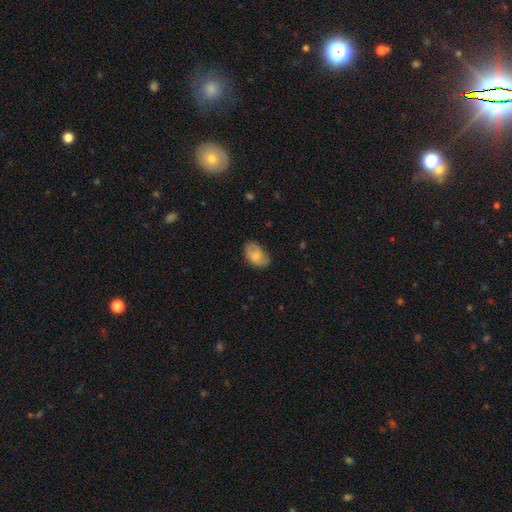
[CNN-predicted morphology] type=smooth (67%); roundness=in between (88%); merging=none (65%).